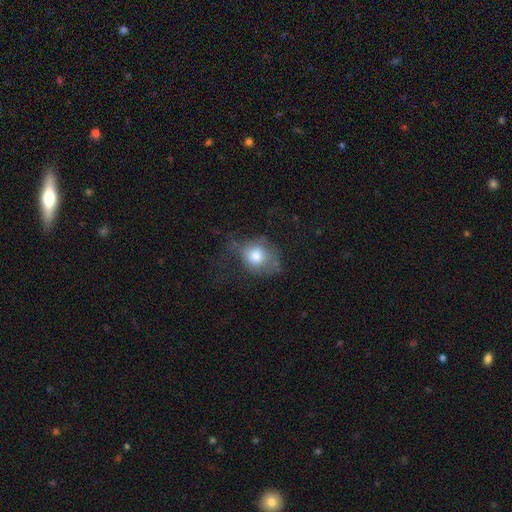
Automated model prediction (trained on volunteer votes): Overall: smooth (75%). How rounded: round (64%; in between 35%). Merging: none (36%; major disturbance 31%).